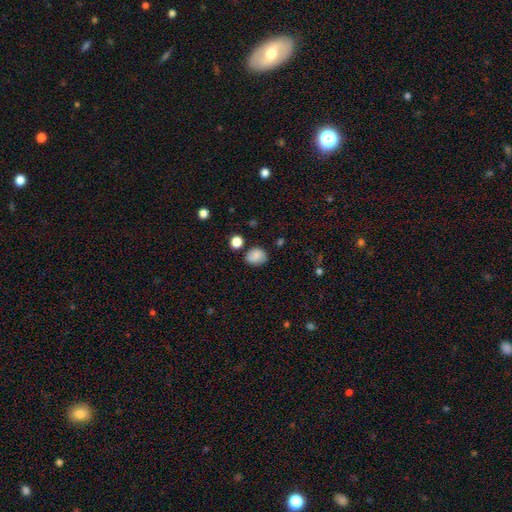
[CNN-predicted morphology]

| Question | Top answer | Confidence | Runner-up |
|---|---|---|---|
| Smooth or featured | smooth | 79% | featured or disk (11%) |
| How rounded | round | 53% | in between (46%) |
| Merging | none | 74% | minor disturbance (17%) |